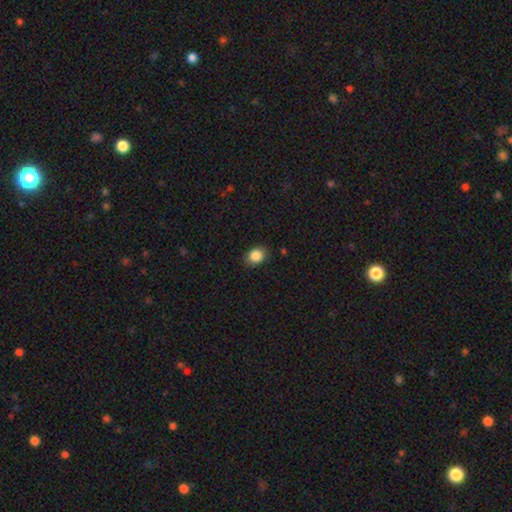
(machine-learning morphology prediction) Smooth or featured? smooth (86%)
How rounded? in between (52%)
Merging? none (86%)